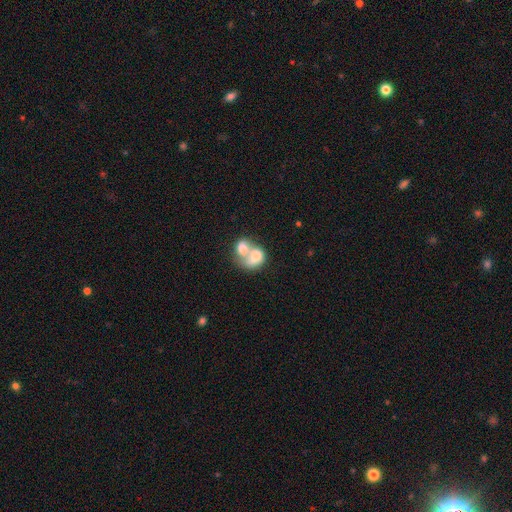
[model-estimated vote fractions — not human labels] Morphology: type=smooth (67%); roundness=in between (64%); merging=merger (77%).